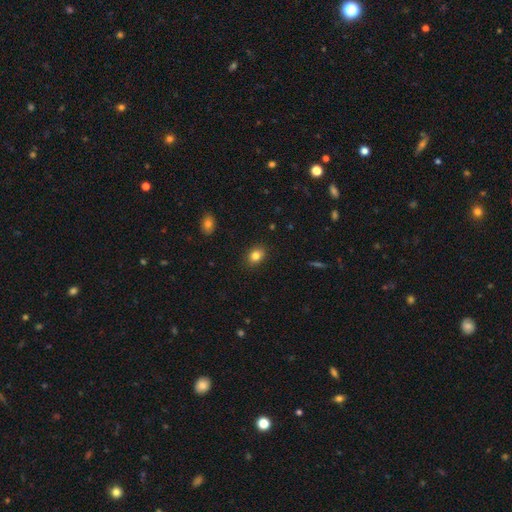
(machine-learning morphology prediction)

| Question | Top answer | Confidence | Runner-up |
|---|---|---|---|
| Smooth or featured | smooth | 83% | star or artifact (10%) |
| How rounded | in between | 61% | round (38%) |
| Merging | none | 88% | minor disturbance (9%) |